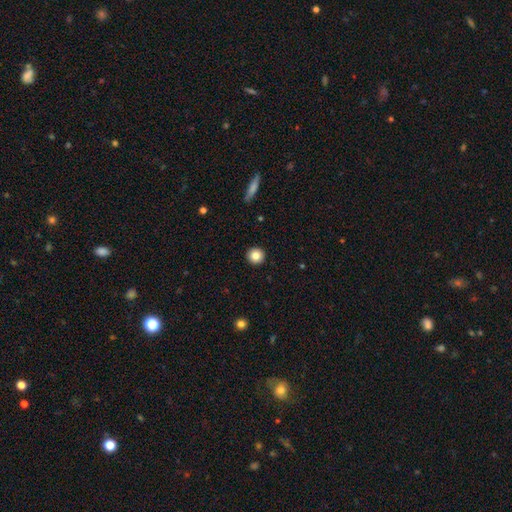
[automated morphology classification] Smooth or featured? smooth (84%)
How rounded? round (94%)
Merging? none (93%)